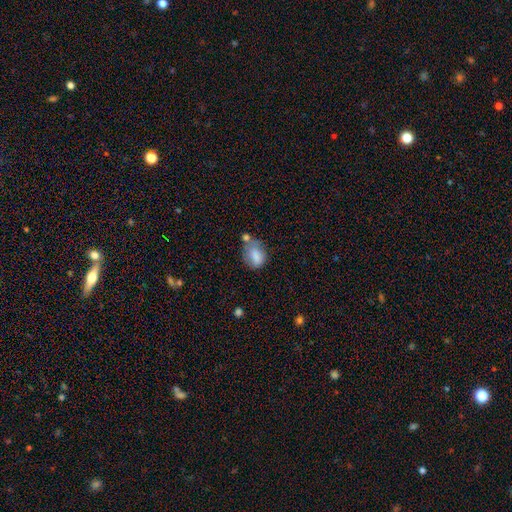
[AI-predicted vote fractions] Overall: smooth (78%). How rounded: in between (68%; round 31%). Merging: none (39%; minor disturbance 27%).